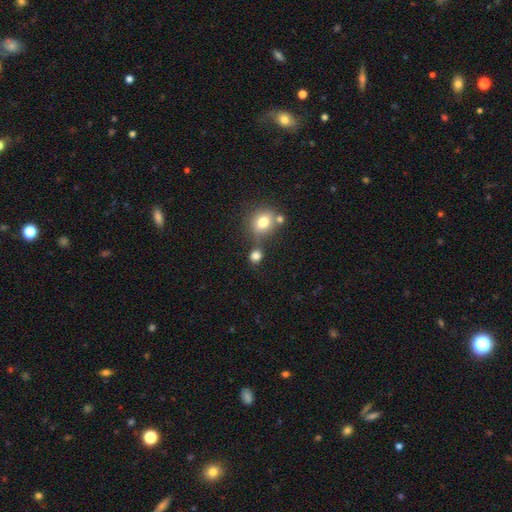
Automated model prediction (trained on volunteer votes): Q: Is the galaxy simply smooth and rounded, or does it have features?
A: smooth — 80%.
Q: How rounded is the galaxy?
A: round — 76%.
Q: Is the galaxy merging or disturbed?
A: none — 64%.